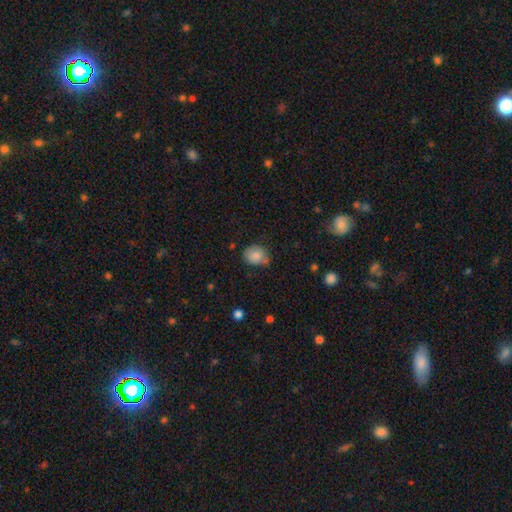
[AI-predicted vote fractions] The model was most divided on "how rounded": round: 59%, in between: 40%, cigar-shaped: 1%. More confident: smooth or featured — smooth (82%); merging — none (65%).